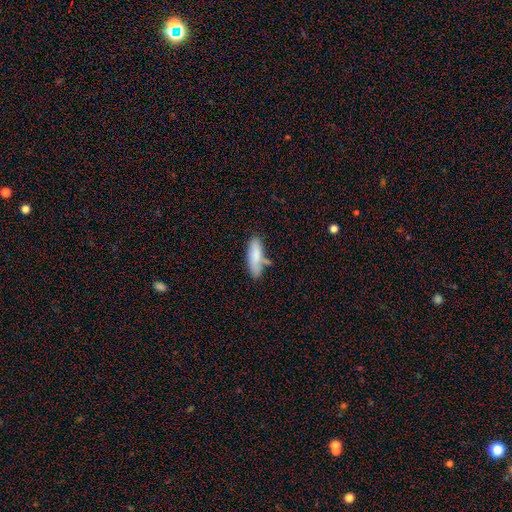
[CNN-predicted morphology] A smooth galaxy with no disk features (82%) that is in between round and cigar-shaped (56%). Merging: none (58%).